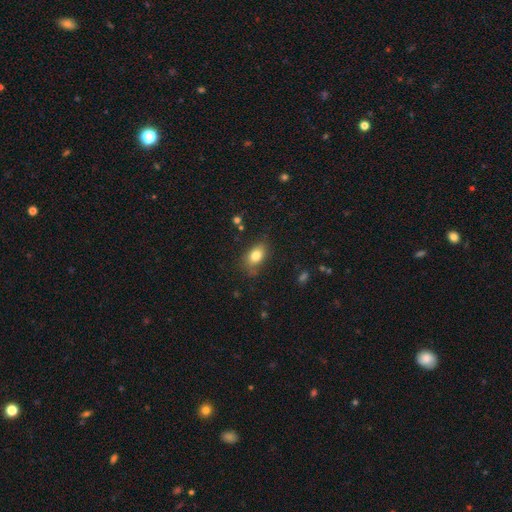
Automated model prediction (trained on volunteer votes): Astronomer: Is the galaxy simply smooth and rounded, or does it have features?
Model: smooth — 81%.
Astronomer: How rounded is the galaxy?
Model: in between — 83%.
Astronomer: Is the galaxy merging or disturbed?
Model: none — 76%.